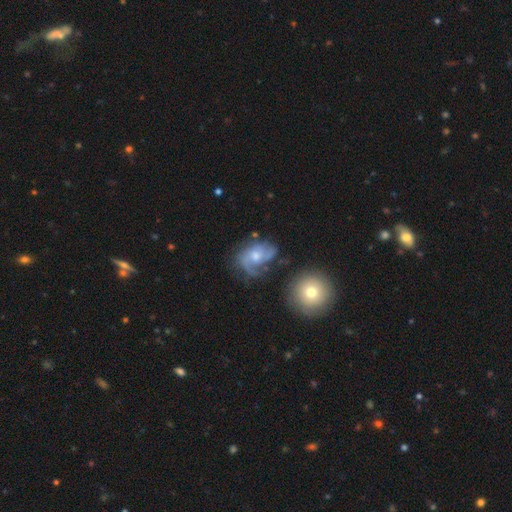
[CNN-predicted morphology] The model was most divided on "spiral winding": medium: 44%, loose: 31%, tight: 25%. Remaining: edge-on disk — no (97%); spiral arms — yes (90%); smooth or featured — featured or disk (74%); bar — no (67%); bulge size — moderate (58%); merging — none (47%); spiral arm count — 2 (45%).